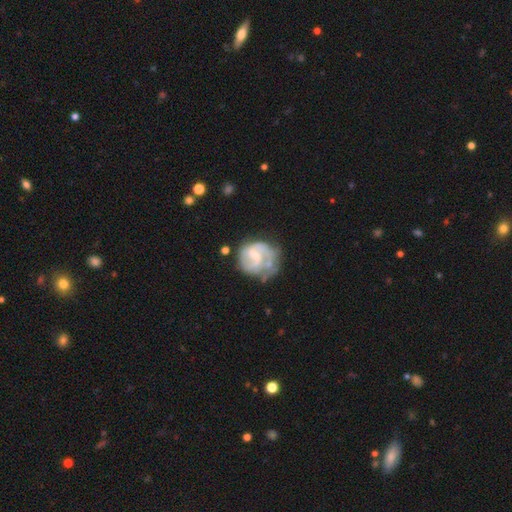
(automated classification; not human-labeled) Smooth or featured? featured or disk (80%)
Edge-on disk? no (98%)
Bar? weak (53%)
Spiral arms? yes (89%)
Spiral winding? medium (44%)
Spiral arm count? 2 (60%)
Bulge size? small (57%)
Merging? none (45%)